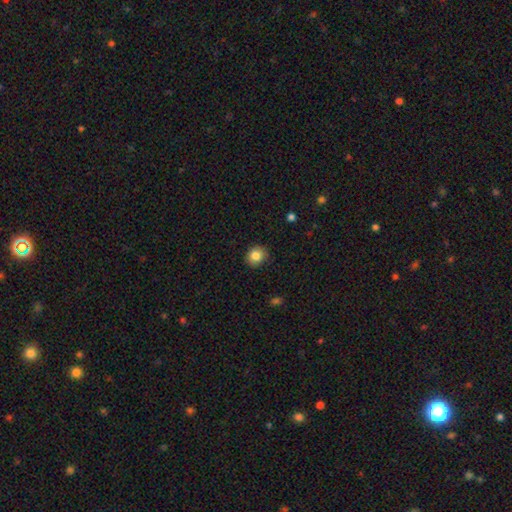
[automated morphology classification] This is clearly a smooth galaxy (84%). How rounded: likely round (77%). Merging: clearly none (88%).